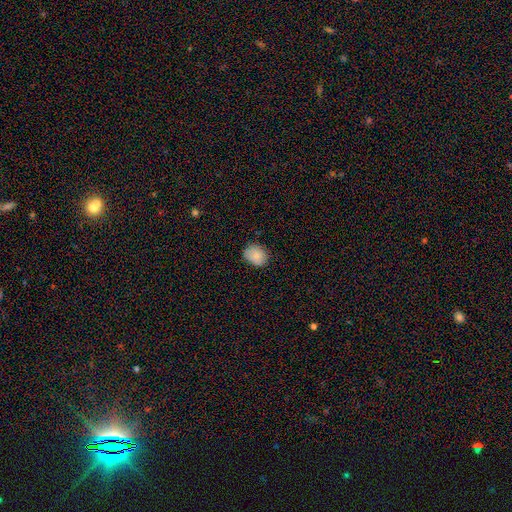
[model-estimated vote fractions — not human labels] smooth_or_featured: smooth (p=0.86) [alt: star or artifact p=0.08]
how_rounded: round (p=0.56) [alt: in between p=0.43]
merging: none (p=0.77) [alt: minor disturbance p=0.19]